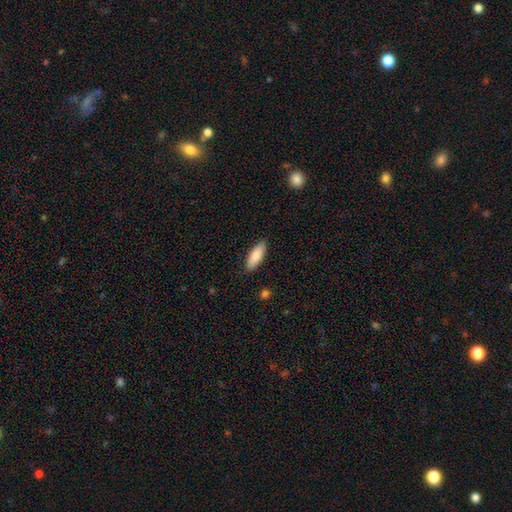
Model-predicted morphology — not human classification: Smooth or featured?
  - smooth: 86% *
  - featured or disk: 9%
  - star or artifact: 6%
How rounded?
  - in between: 64% *
  - cigar-shaped: 34%
  - round: 2%
Merging?
  - none: 88% *
  - minor disturbance: 9%
  - major disturbance: 2%
  - merger: 1%